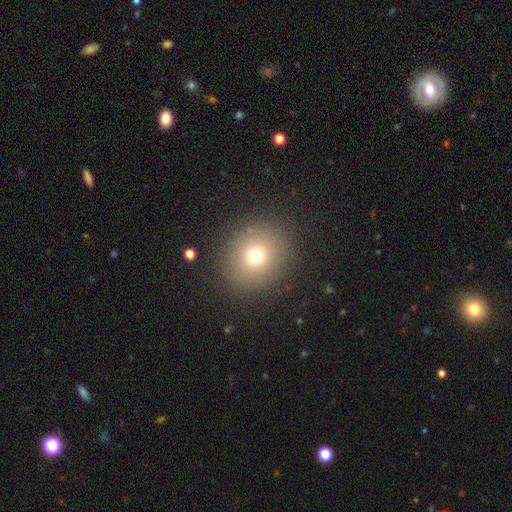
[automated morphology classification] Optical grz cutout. It shows a smooth galaxy with no disk features (72%) that is round (84%). Merging: none (88%).